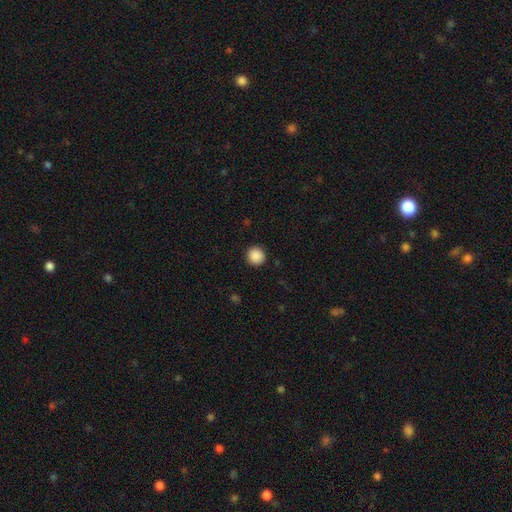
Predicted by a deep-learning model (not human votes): Q: Smooth or featured?
A: smooth (89%); runner-up: star or artifact (9%)
Q: How rounded?
A: round (94%); runner-up: in between (5%)
Q: Merging?
A: none (92%); runner-up: minor disturbance (5%)